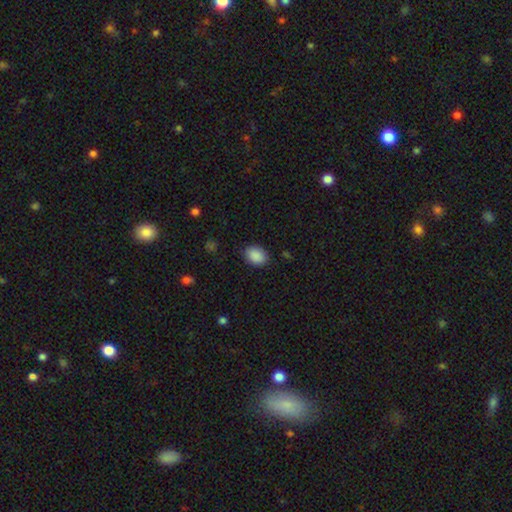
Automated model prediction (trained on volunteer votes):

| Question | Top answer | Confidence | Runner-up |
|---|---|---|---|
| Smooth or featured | smooth | 89% | star or artifact (8%) |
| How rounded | in between | 71% | round (28%) |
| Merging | none | 86% | minor disturbance (11%) |